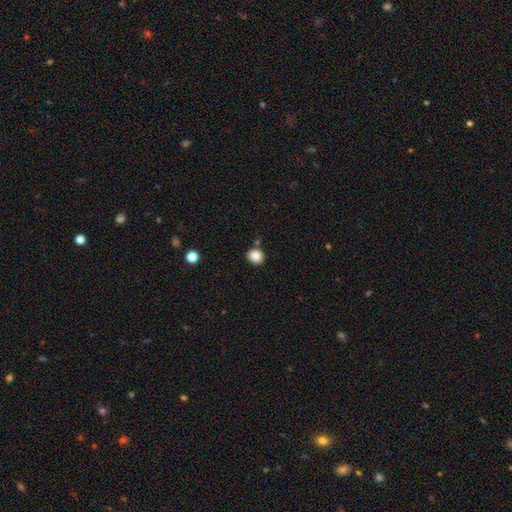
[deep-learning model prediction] Overall: smooth (85%). How rounded: round (84%). Merging: none (85%).